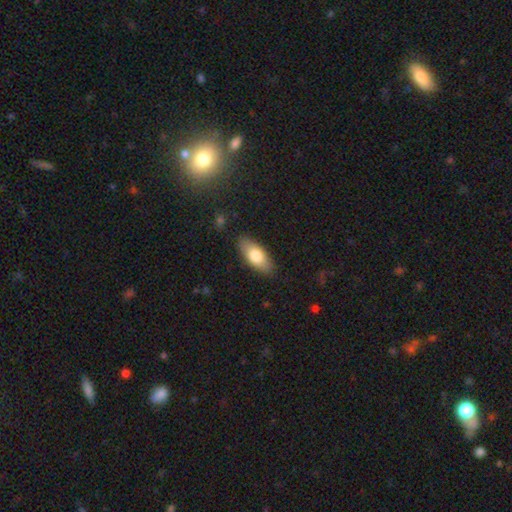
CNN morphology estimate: Smooth or featured? smooth (75%)
How rounded? in between (84%)
Merging? none (86%)